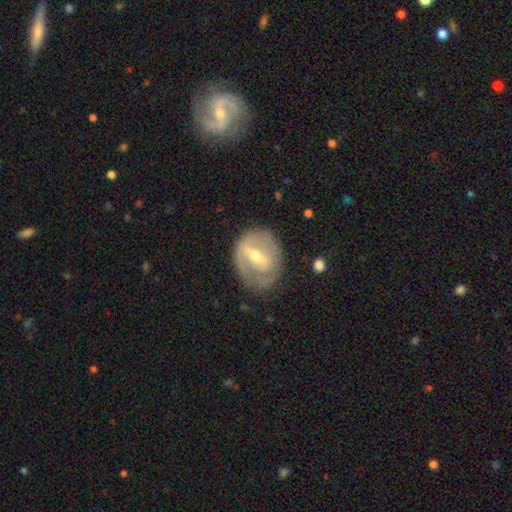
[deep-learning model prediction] Smooth or featured? featured or disk (71%)
Edge-on disk? no (94%)
Bar? strong (51%)
Spiral arms? yes (61%)
Bulge size? moderate (56%)
Merging? none (64%)